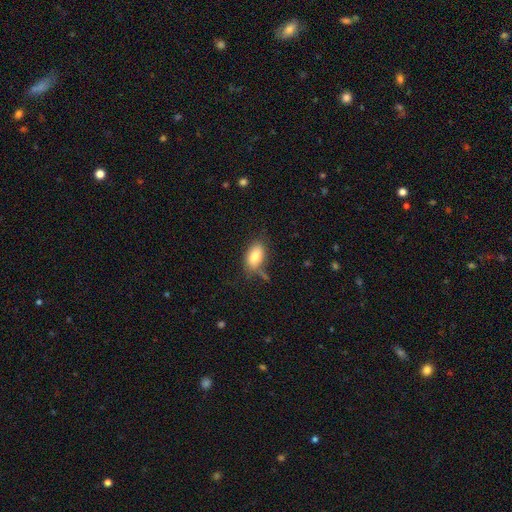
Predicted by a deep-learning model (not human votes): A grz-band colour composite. It shows a smooth galaxy with no disk features (81%) that is in between round and cigar-shaped (91%). Merging: none (64%).